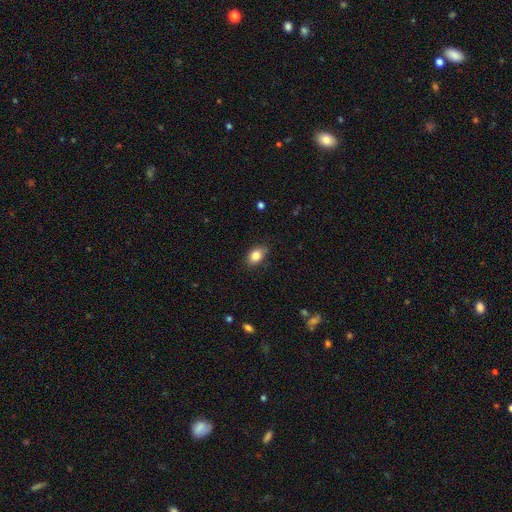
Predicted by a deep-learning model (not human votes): The model was most divided on "merging": none: 78%, minor disturbance: 18%, major disturbance: 3%, merger: 1%. More confident: smooth or featured — smooth (83%); how rounded — in between (82%).